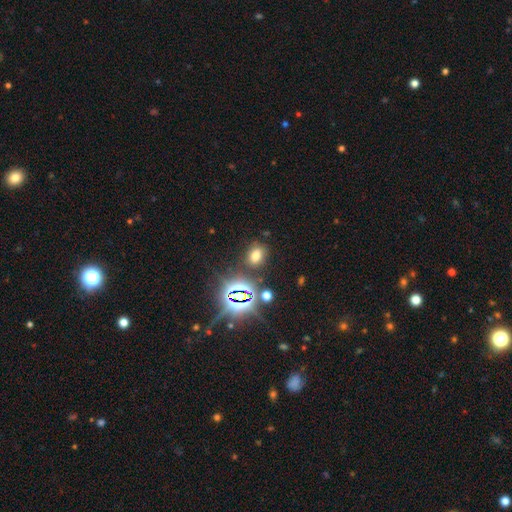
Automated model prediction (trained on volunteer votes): The model was most divided on "smooth or featured": smooth: 62%, star or artifact: 31%, featured or disk: 8%. More confident: merging — none (80%); how rounded — in between (69%).